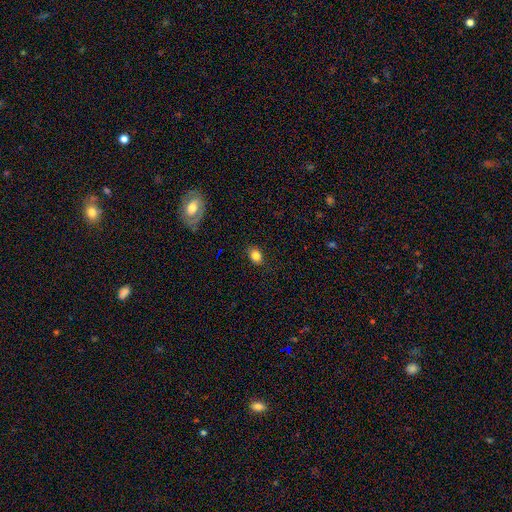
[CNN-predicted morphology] Smooth or featured? smooth (82%)
How rounded? in between (71%)
Merging? none (84%)